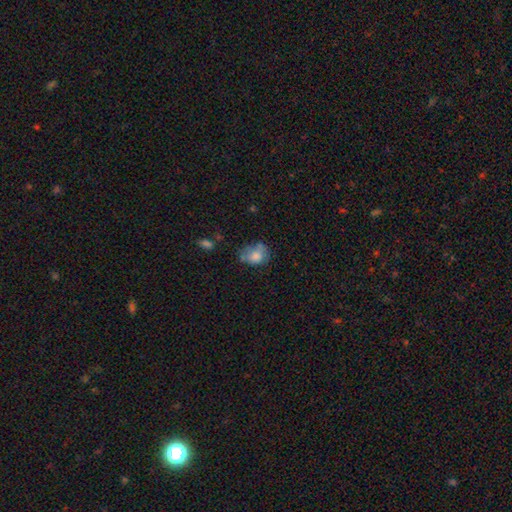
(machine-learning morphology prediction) This is likely a smooth galaxy (72%). How rounded: possibly in between (59%). Merging: marginally none (42%).